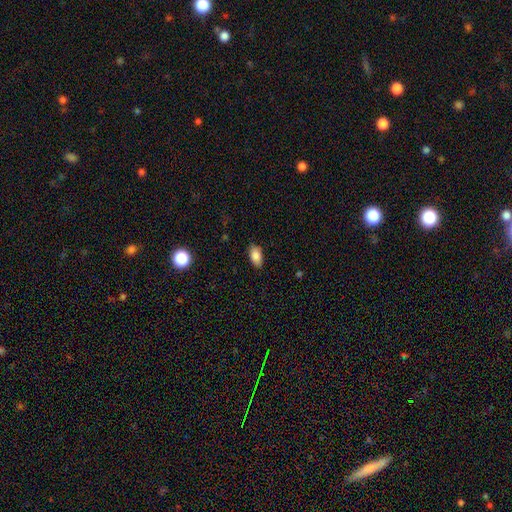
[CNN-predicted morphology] smooth 86%, star or artifact 8%, featured or disk 6%. Down the decision tree: how rounded — in between (92%); merging — none (86%).